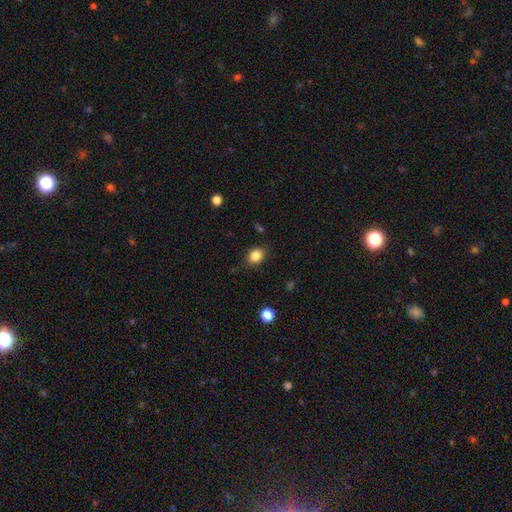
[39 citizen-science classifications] Smooth or featured? smooth (87%)
How rounded? round (50%, tied with in between)
Merging? none (83%)